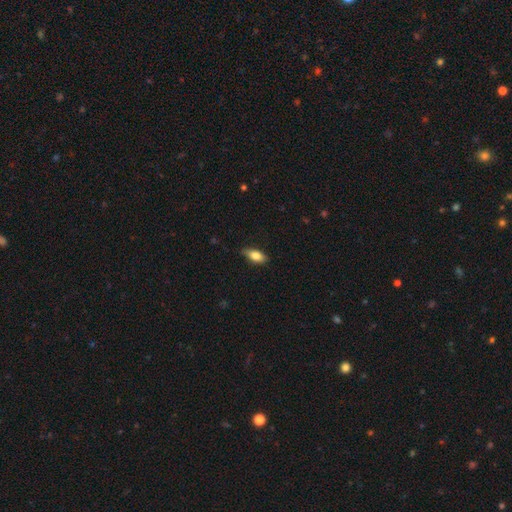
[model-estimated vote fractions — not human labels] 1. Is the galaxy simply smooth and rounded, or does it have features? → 79% smooth, 14% featured or disk, 7% star or artifact.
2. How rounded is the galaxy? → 85% in between, 11% cigar-shaped, 4% round.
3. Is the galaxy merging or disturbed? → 78% none, 18% minor disturbance, 3% major disturbance, 1% merger.